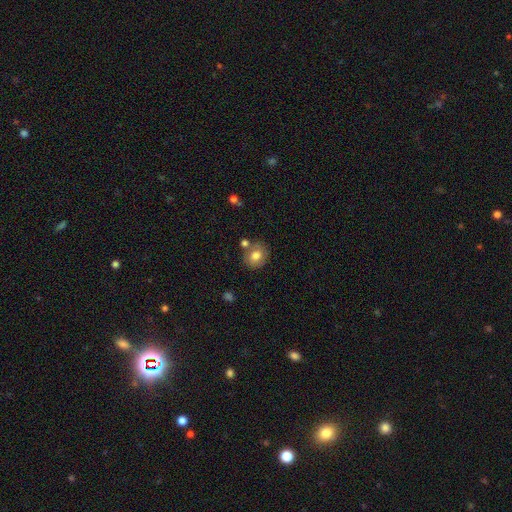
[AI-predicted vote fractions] A smooth galaxy with no disk features (77%) that is round (70%).

Vote fractions:
- Smooth or featured? smooth: 77% / featured or disk: 14% / star or artifact: 9%
- How rounded? round: 70% / in between: 29% / cigar-shaped: 1%
- Merging? none: 71% / minor disturbance: 13% / merger: 13% / major disturbance: 3%